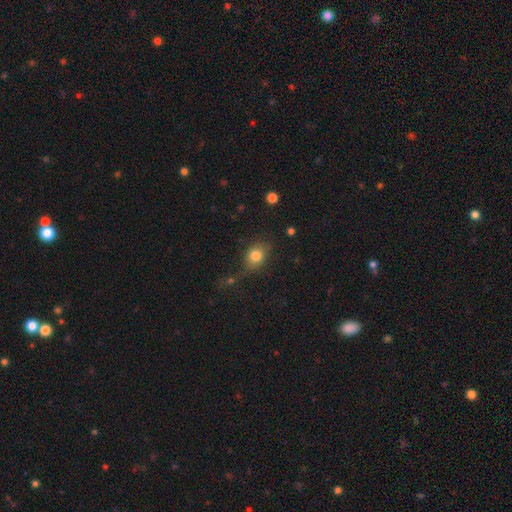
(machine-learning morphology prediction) Smooth or featured? smooth (80%)
How rounded? in between (51%)
Merging? none (56%)